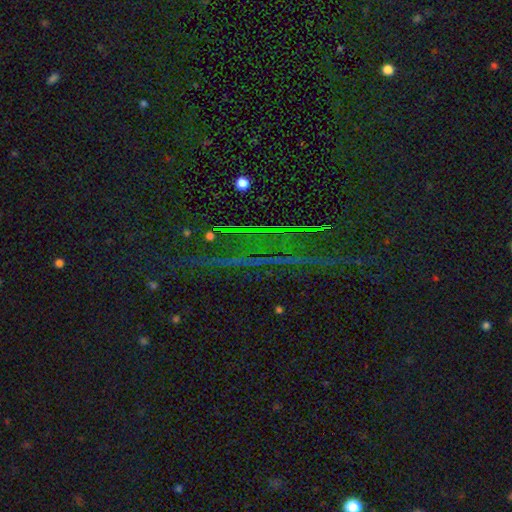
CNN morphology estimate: This is clearly a star or artifact rather than a galaxy (83%).